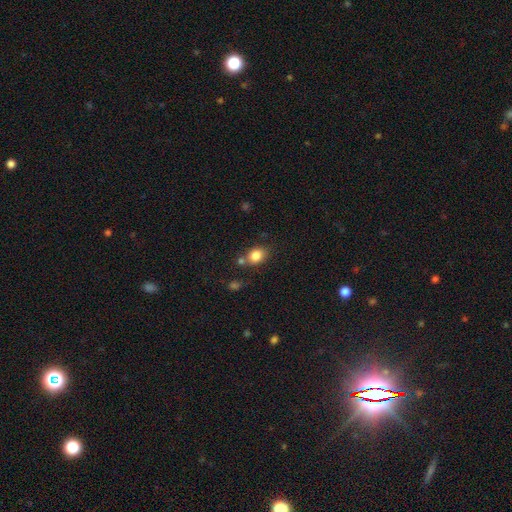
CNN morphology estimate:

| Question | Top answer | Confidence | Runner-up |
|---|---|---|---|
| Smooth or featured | smooth | 83% | star or artifact (10%) |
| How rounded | in between | 50% | round (49%) |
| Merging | none | 65% | merger (16%) |